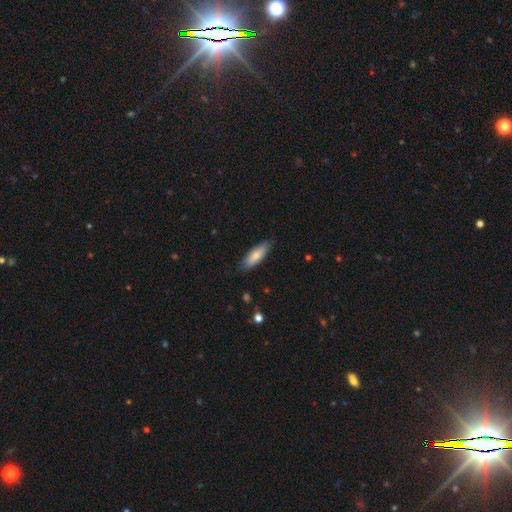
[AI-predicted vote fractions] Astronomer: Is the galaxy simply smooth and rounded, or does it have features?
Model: smooth — 78%.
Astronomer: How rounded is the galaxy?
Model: in between — 52% (runner-up: cigar-shaped, 47%).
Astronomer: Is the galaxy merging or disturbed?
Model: none — 83%.